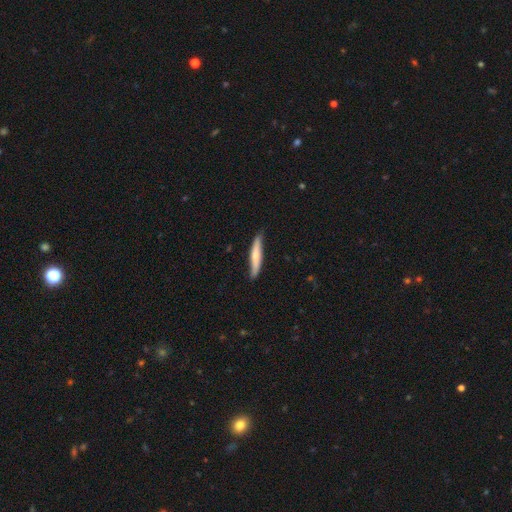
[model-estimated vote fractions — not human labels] Smooth or featured: smooth — 61% (featured or disk — 34%)
How rounded: cigar-shaped — 91% (in between — 7%)
Merging: none — 78% (minor disturbance — 19%)